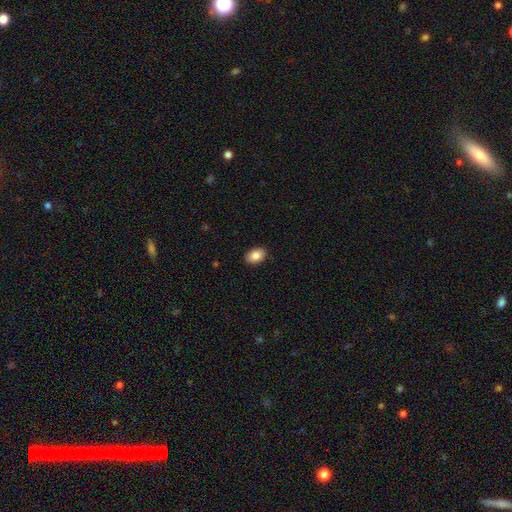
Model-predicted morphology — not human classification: A smooth galaxy with no disk features (86%) that is in between round and cigar-shaped (86%). Merging: none (89%).